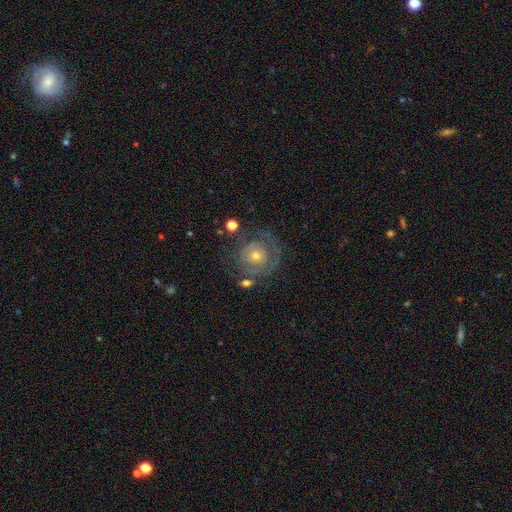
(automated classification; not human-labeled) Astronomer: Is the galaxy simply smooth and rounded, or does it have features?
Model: featured or disk — 66%.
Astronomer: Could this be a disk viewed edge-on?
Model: no — 97%.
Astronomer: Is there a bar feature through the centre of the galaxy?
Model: no — 86%.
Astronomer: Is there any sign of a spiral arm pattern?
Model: yes — 64%.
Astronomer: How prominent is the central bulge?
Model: small — 49% (runner-up: moderate, 46%).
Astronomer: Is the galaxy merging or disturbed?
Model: none — 65%.